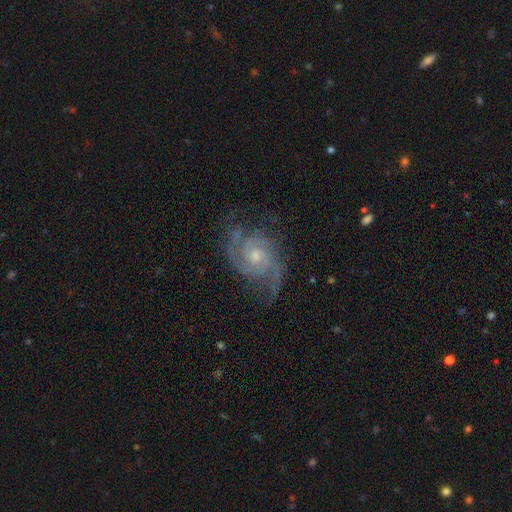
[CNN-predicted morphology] type=featured or disk (90%); edge-on=no (98%); bar=no (70%); spiral arms=yes (98%); winding=medium (46%); arm count=2 (60%); bulge=small (49%); merging=none (71%).